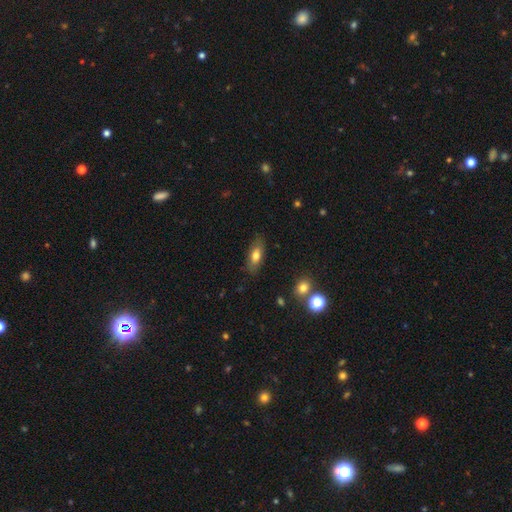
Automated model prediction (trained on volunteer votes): This appears to be a smooth galaxy with no disk features (72%) that is in between round and cigar-shaped (74%). Merging: none (83%).